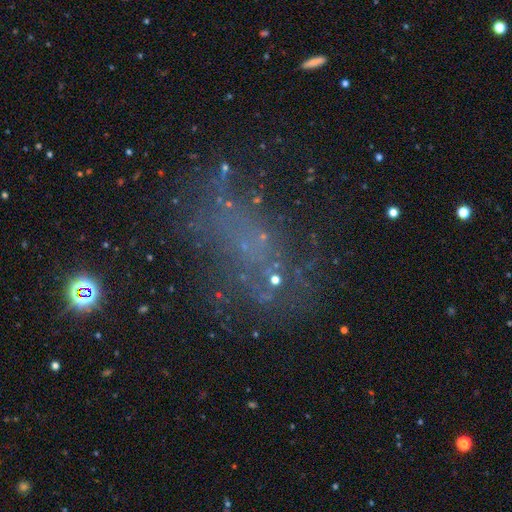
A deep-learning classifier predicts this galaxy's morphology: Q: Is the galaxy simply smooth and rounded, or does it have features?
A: featured or disk — 38%.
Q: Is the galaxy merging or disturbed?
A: none — 51%.